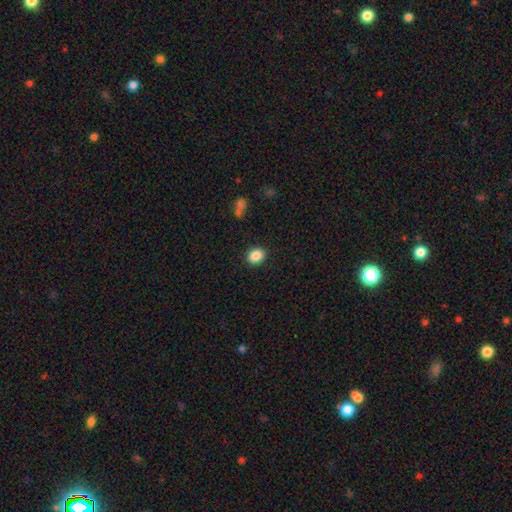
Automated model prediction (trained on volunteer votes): Smooth or featured?
  - smooth: 86% *
  - star or artifact: 9%
  - featured or disk: 5%
How rounded?
  - round: 56% *
  - in between: 43%
  - cigar-shaped: 1%
Merging?
  - none: 89% *
  - minor disturbance: 7%
  - major disturbance: 2%
  - merger: 1%